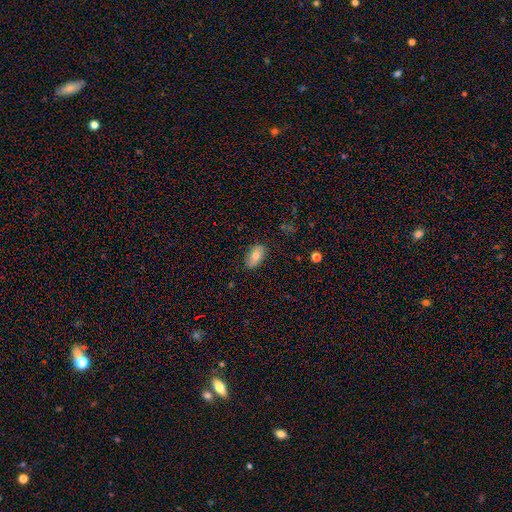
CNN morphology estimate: This appears to be a smooth galaxy with no disk features (74%) that is in between round and cigar-shaped (92%). Merging: none (83%).